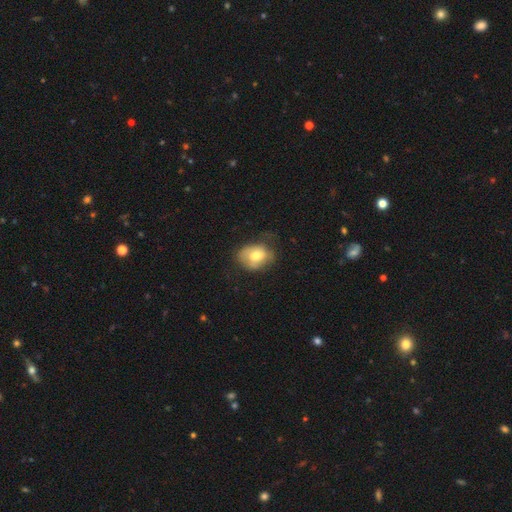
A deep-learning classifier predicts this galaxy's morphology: smooth-or-featured: smooth: 67% | featured or disk: 25% | star or artifact: 8%
  how-rounded: in between: 56% | round: 43% | cigar-shaped: 1%
  merging: none: 49% | minor disturbance: 33% | major disturbance: 16% | merger: 2%